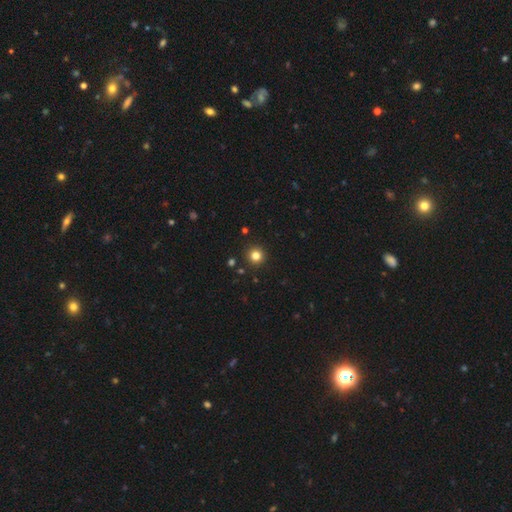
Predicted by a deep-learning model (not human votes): Smooth or featured? smooth (81%)
How rounded? round (95%)
Merging? none (92%)